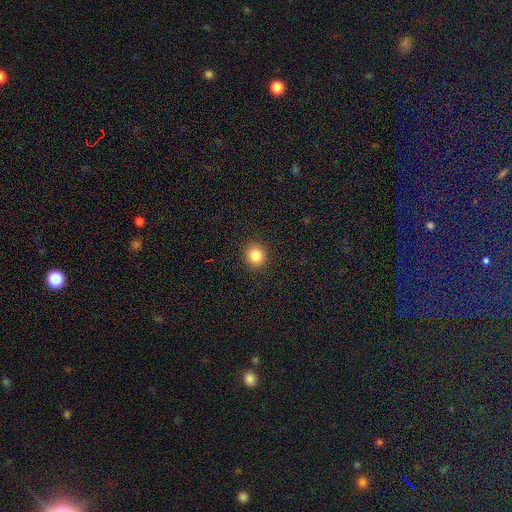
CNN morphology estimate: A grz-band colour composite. It shows a smooth galaxy with no disk features (86%) that is round (86%). Merging: none (91%).